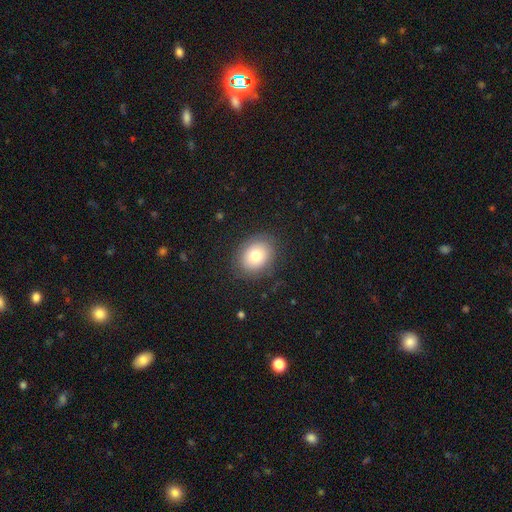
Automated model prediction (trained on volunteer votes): Smooth or featured?
  - smooth: 72% *
  - featured or disk: 18%
  - star or artifact: 10%
How rounded?
  - in between: 52% *
  - round: 47%
  - cigar-shaped: 1%
Merging?
  - none: 83% *
  - minor disturbance: 11%
  - major disturbance: 4%
  - merger: 1%